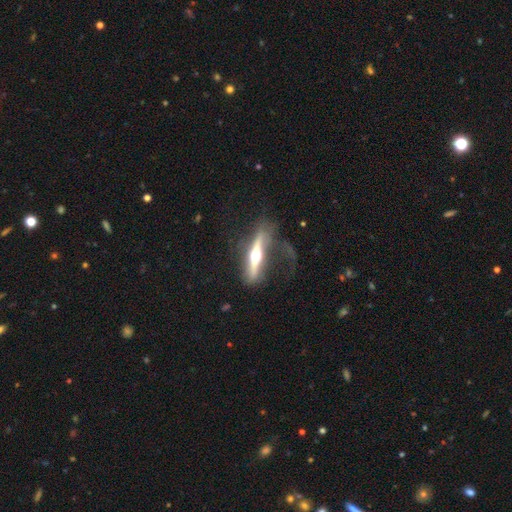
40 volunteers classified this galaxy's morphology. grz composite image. It shows a featured or disk galaxy (70%) viewed edge-on (89%) with a rounded central bulge (96%). Merging: major disturbance (41%).